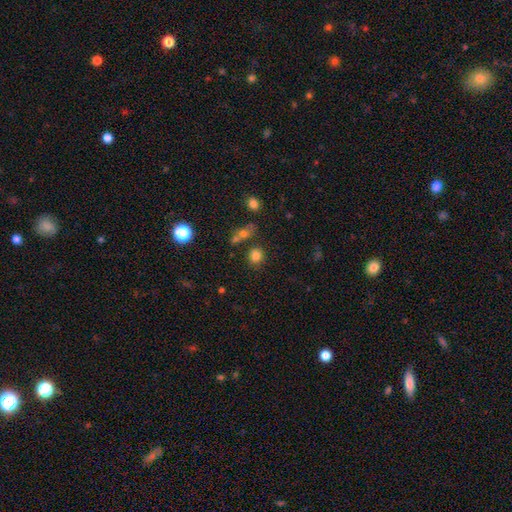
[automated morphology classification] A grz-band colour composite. It shows a smooth galaxy with no disk features (79%) that is round (79%). Merging: none (71%).